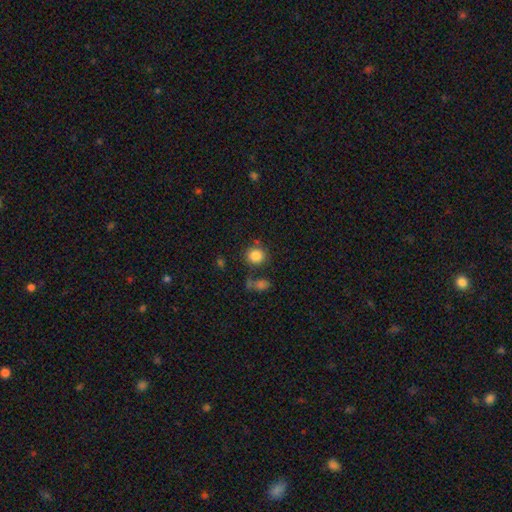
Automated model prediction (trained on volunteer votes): The model was most divided on "merging": none: 75%, minor disturbance: 11%, merger: 9%, major disturbance: 5%. More confident: how rounded — round (87%); smooth or featured — smooth (84%).